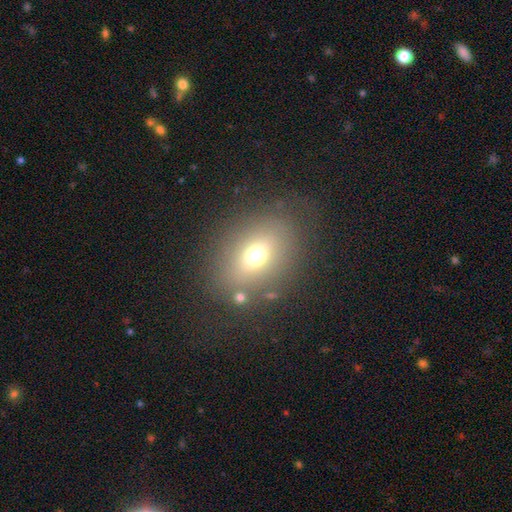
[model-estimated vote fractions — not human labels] smooth_or_featured: smooth (p=0.65) [alt: featured or disk p=0.19]
how_rounded: in between (p=0.63) [alt: round p=0.35]
merging: none (p=0.74) [alt: minor disturbance p=0.13]